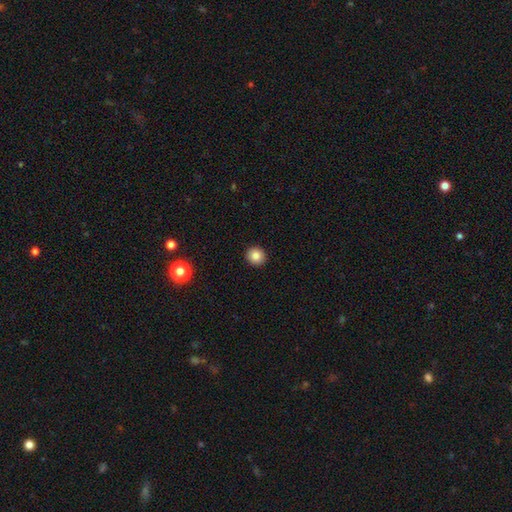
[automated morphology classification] Smooth or featured? smooth (85%)
How rounded? round (93%)
Merging? none (93%)